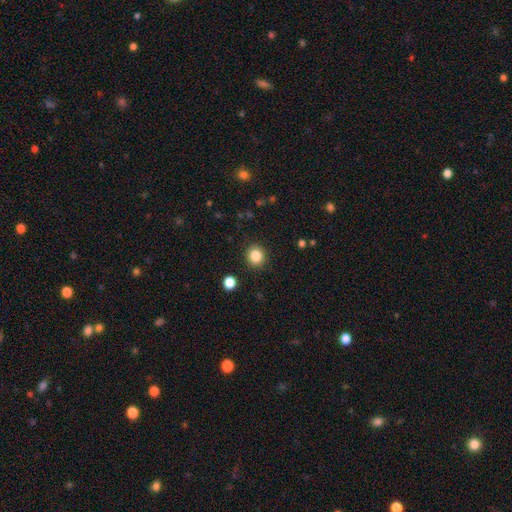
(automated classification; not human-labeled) Morphology: type=smooth (85%); roundness=round (87%); merging=none (90%).